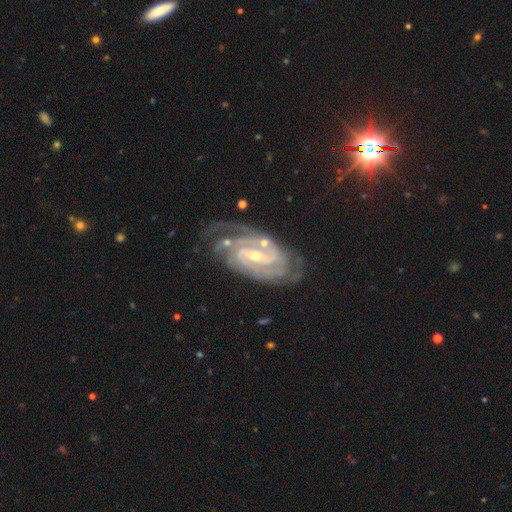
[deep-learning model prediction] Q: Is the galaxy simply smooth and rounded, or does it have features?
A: featured or disk — 91%.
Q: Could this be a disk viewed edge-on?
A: no — 96%.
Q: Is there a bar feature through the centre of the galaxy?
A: weak — 42%.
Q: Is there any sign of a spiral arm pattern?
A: yes — 98%.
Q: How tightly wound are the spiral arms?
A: tight — 64%.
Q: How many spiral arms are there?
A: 2 — 38%.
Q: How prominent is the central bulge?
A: small — 64%.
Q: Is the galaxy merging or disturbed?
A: none — 66%.